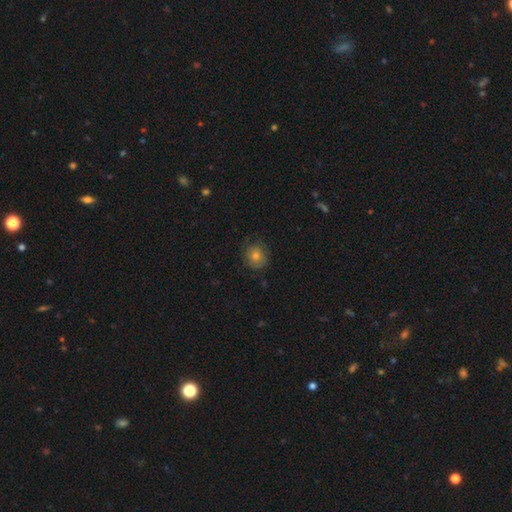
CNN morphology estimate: smooth-or-featured: smooth: 62% | featured or disk: 23% | star or artifact: 16%
  how-rounded: round: 85% | in between: 14% | cigar-shaped: 1%
  merging: none: 81% | minor disturbance: 14% | major disturbance: 4% | merger: 1%